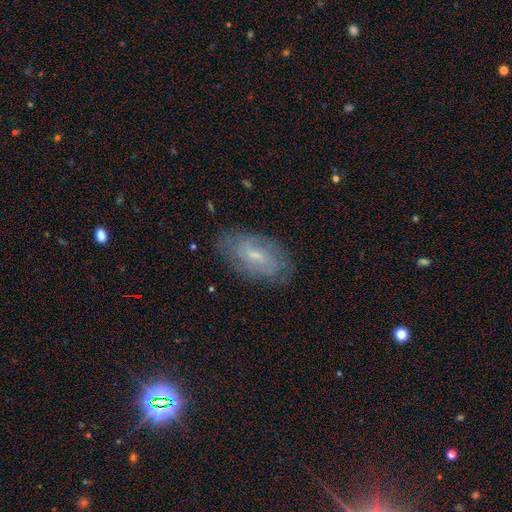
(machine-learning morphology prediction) Smooth or featured? Predicted: featured or disk (p=0.58). Edge-on disk? Predicted: no (p=0.92). Bar? Predicted: weak (p=0.51). Spiral arms? Predicted: yes (p=0.76). Bulge size? Predicted: small (p=0.63). Merging? Predicted: none (p=0.77).